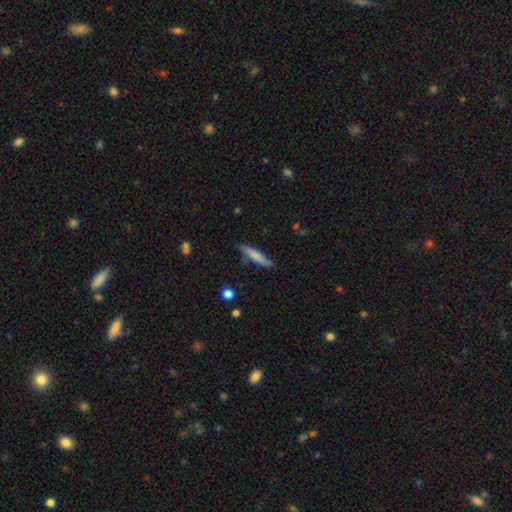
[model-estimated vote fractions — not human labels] Smooth or featured? smooth (72%)
How rounded? cigar-shaped (86%)
Merging? none (79%)